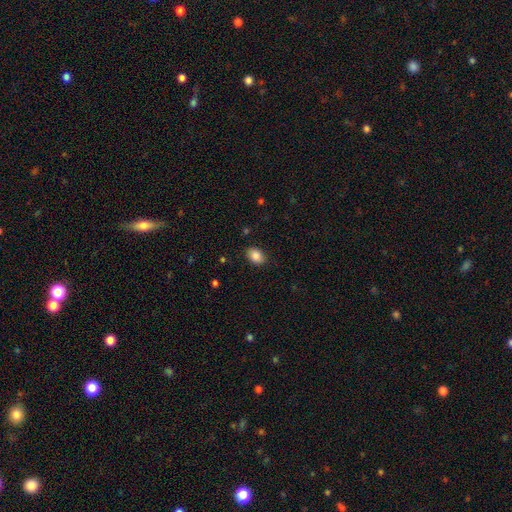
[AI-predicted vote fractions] Overall: smooth (87%). How rounded: in between (78%). Merging: none (87%).